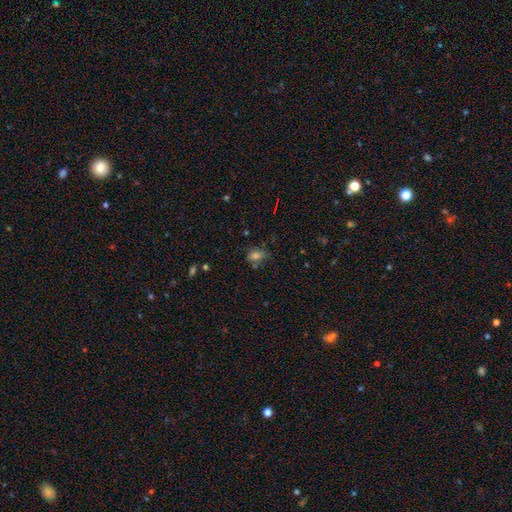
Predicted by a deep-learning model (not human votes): This is likely a smooth galaxy (71%). How rounded: likely in between (71%). Merging: possibly none (53%).